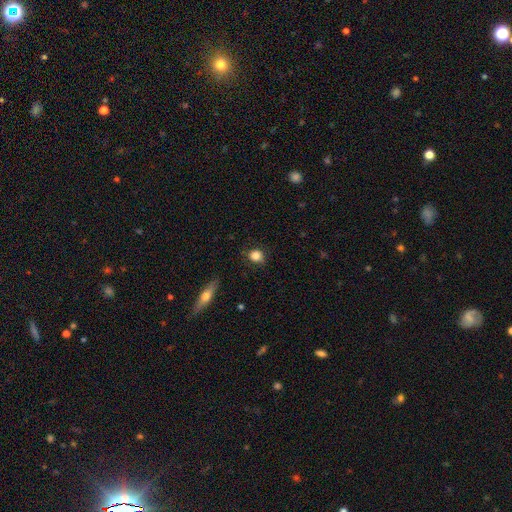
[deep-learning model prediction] Overall: smooth (84%). How rounded: round (76%). Merging: none (77%).